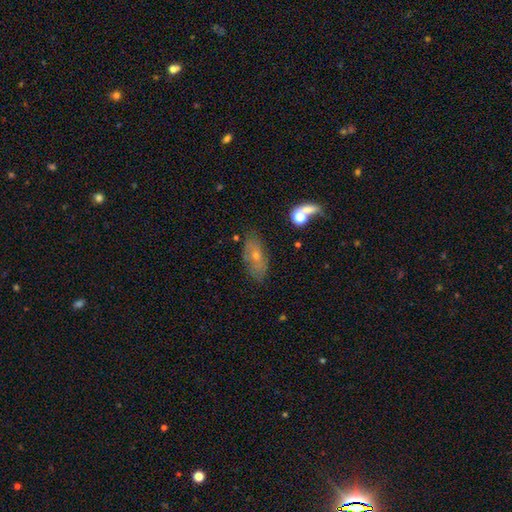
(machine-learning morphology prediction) This is possibly a smooth galaxy (48%). Merging: likely none (71%).